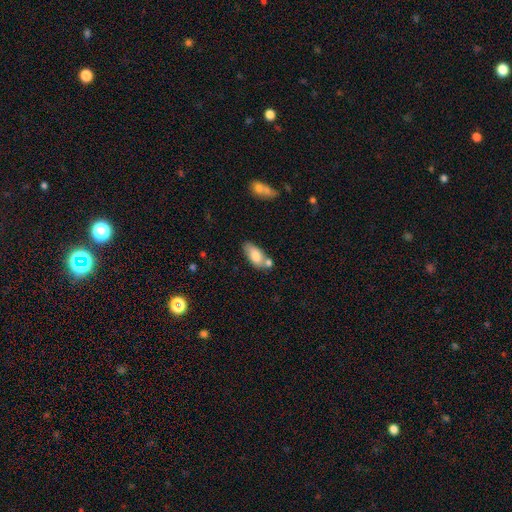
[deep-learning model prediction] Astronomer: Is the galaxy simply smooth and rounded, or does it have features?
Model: smooth — 78%.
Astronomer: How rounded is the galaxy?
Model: in between — 89%.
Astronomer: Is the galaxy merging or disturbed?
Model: none — 55%.